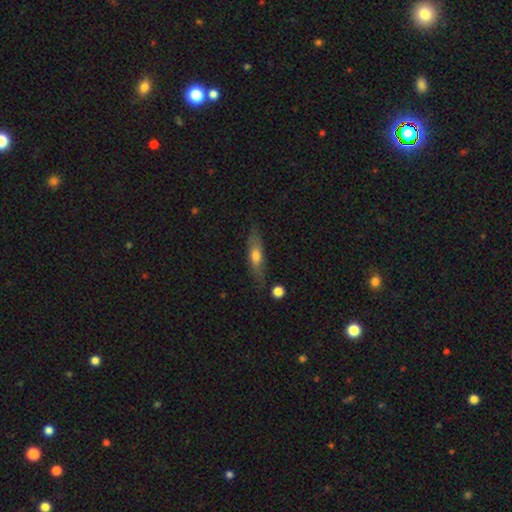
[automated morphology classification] Overall: smooth (58%; featured or disk 35%). How rounded: cigar-shaped (55%; in between 41%). Merging: none (70%).